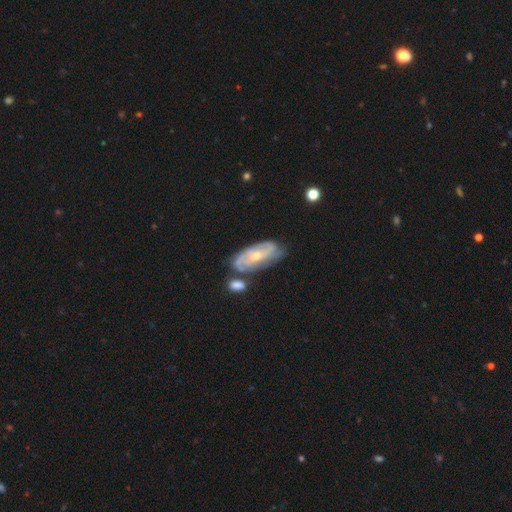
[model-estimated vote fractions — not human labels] Q: Smooth or featured?
A: featured or disk (76%); runner-up: smooth (18%)
Q: Edge-on disk?
A: no (91%); runner-up: yes (9%)
Q: Bar?
A: no (59%); runner-up: weak (32%)
Q: Spiral arms?
A: yes (90%); runner-up: no (10%)
Q: Spiral winding?
A: tight (52%); runner-up: medium (35%)
Q: Spiral arm count?
A: 2 (43%); runner-up: can't tell (31%)
Q: Bulge size?
A: small (57%); runner-up: moderate (39%)
Q: Merging?
A: none (59%); runner-up: minor disturbance (20%)